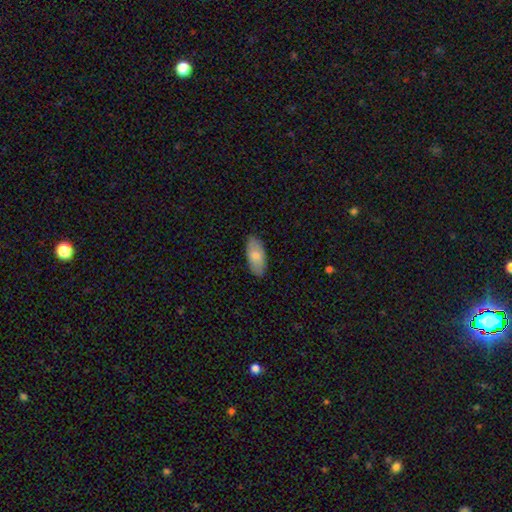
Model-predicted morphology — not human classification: This appears to be a smooth galaxy with no disk features (79%) that is in between round and cigar-shaped (90%). Merging: none (86%).